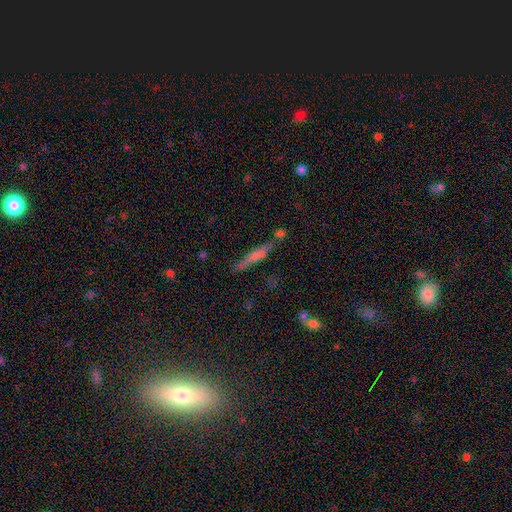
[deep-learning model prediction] A smooth galaxy with no disk features (52%) that is cigar-shaped (91%). Merging: none (69%).